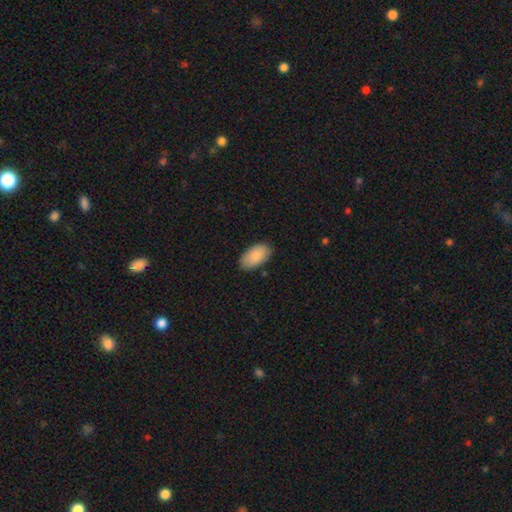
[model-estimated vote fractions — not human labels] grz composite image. It shows a smooth galaxy with no disk features (88%) that is in between round and cigar-shaped (95%). Merging: none (85%).